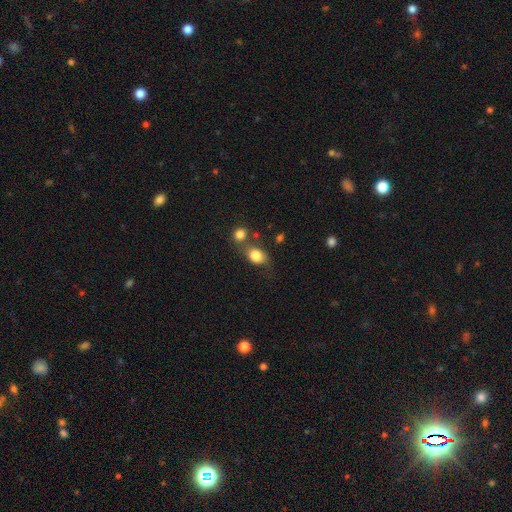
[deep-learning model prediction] Morphology: type=smooth (82%); roundness=in between (65%); merging=none (49%).